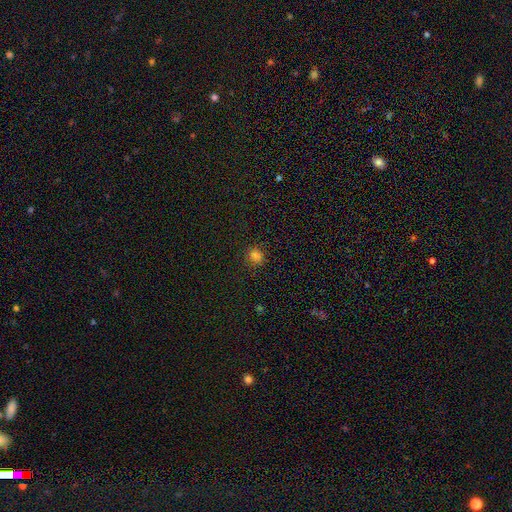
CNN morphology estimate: smooth 80%, star or artifact 15%, featured or disk 4%. Down the decision tree: how rounded — round (74%); merging — none (86%).